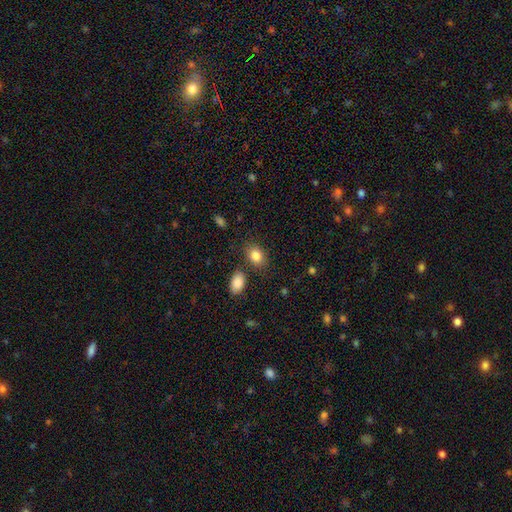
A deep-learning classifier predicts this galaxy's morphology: Smooth or featured: smooth — 84% (star or artifact — 9%)
How rounded: in between — 65% (round — 34%)
Merging: none — 77% (minor disturbance — 12%)